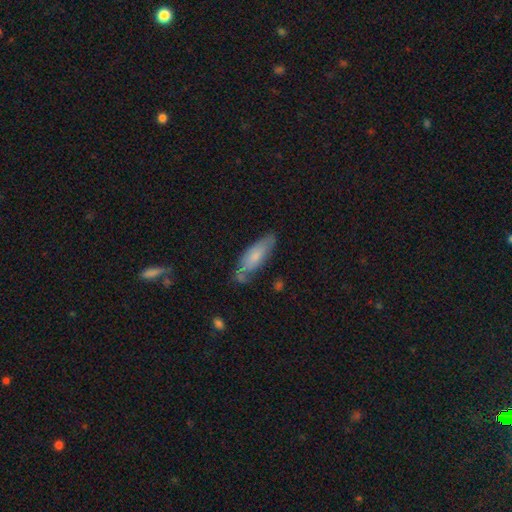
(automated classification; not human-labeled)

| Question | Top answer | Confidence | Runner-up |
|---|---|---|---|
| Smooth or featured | smooth | 57% | featured or disk (36%) |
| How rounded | in between | 53% | cigar-shaped (45%) |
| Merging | none | 64% | minor disturbance (25%) |